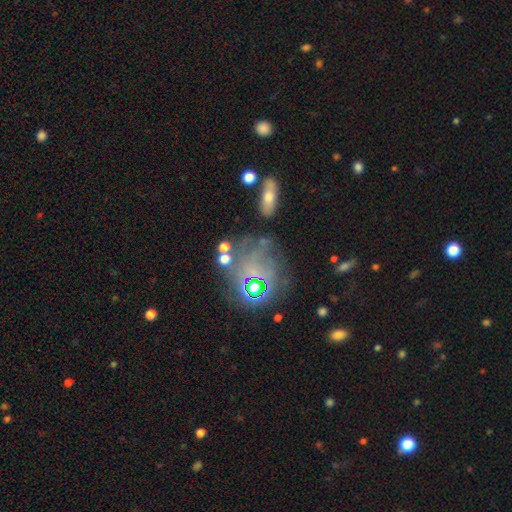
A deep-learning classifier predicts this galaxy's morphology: This appears to be a star or artifact, not a galaxy (39%).